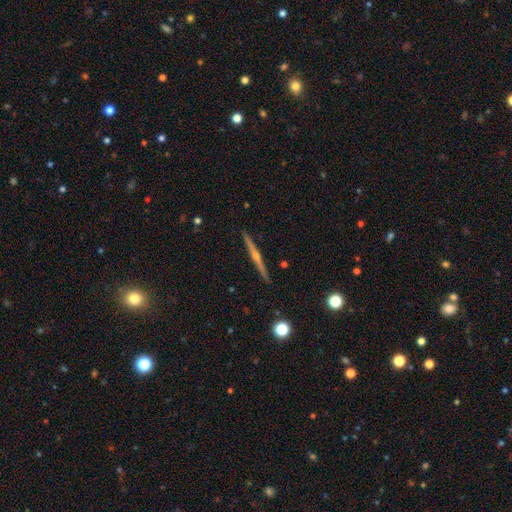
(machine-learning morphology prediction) smooth-or-featured: featured or disk: 74% | smooth: 17% | star or artifact: 9%
  disk-edge-on: yes: 97% | no: 3%
    edge-on-bulge: rounded: 81% | none: 13% | boxy: 6%
  merging: none: 89% | minor disturbance: 7% | major disturbance: 2% | merger: 2%